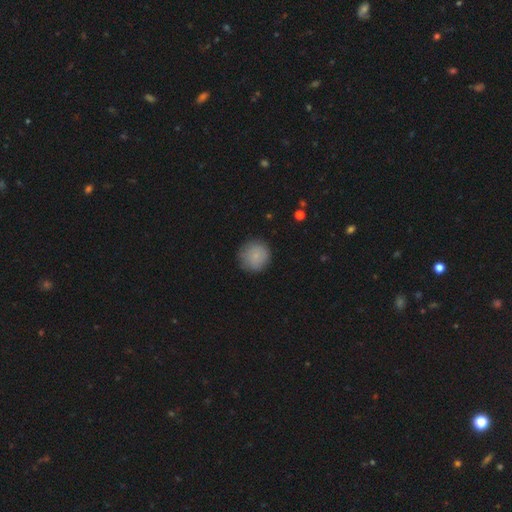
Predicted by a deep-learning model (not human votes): Smooth or featured: smooth — 81% (featured or disk — 11%)
How rounded: round — 93% (in between — 6%)
Merging: none — 83% (minor disturbance — 13%)